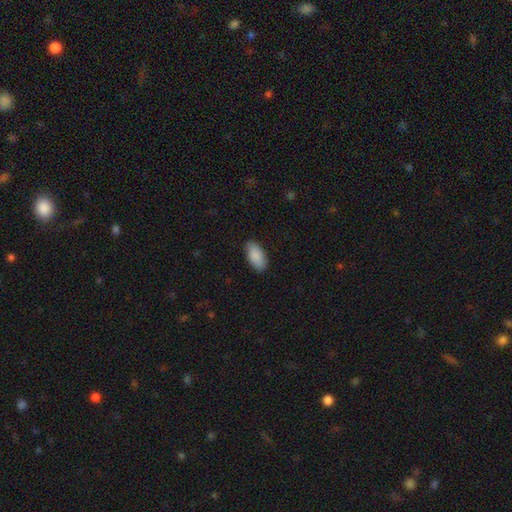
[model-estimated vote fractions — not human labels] smooth_or_featured: smooth (p=0.89) [alt: star or artifact p=0.06]
how_rounded: in between (p=0.93) [alt: cigar-shaped p=0.05]
merging: none (p=0.86) [alt: minor disturbance p=0.10]